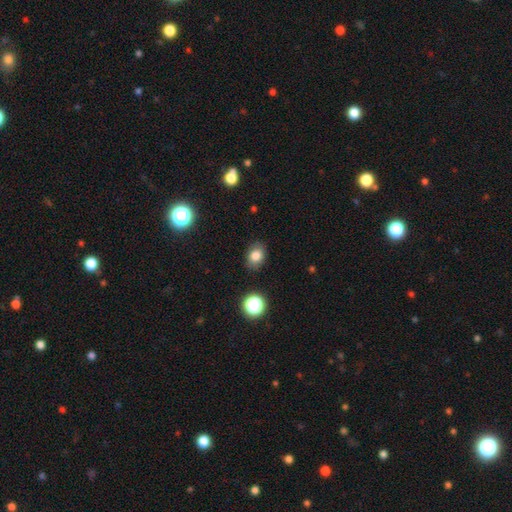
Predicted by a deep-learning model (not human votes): smooth 80%, star or artifact 12%, featured or disk 8%. Down the decision tree: how rounded — in between (62%); merging — none (85%).